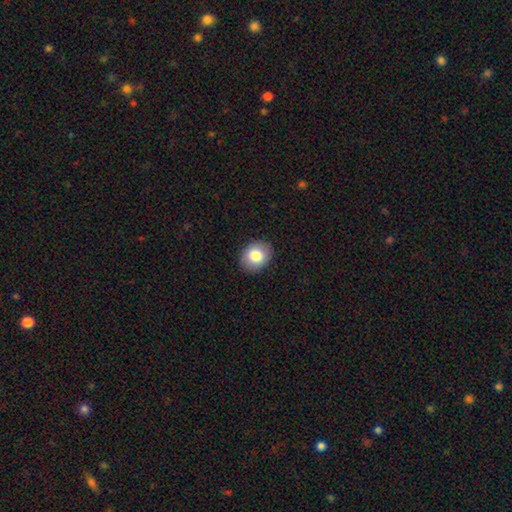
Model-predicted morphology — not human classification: Smooth or featured? Predicted: smooth (p=0.82). How rounded? Predicted: round (p=0.56). Merging? Predicted: none (p=0.90).